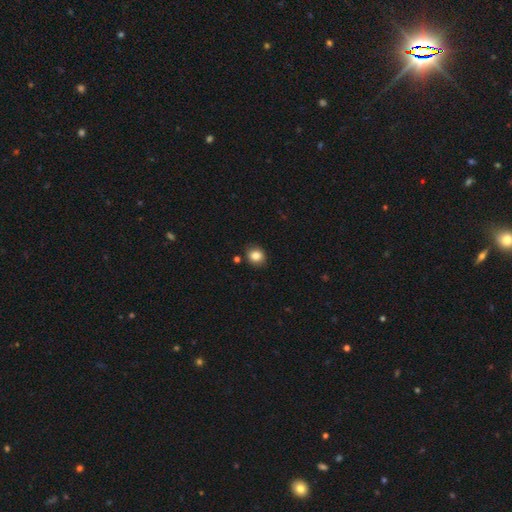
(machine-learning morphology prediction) Smooth or featured: smooth — 84% (star or artifact — 10%)
How rounded: round — 73% (in between — 26%)
Merging: none — 86% (minor disturbance — 10%)